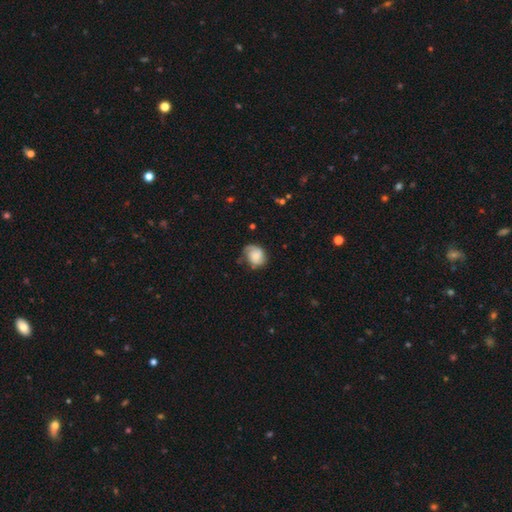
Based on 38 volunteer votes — Smooth or featured: featured or disk — 61% (smooth — 32%)
Edge-on disk: no — 96% (yes — 4%)
Bar: no — 73% (weak — 23%)
Spiral arms: yes — 91% (no — 9%)
Spiral winding: tight — 45% (medium — 40%)
Spiral arm count: 2 — 75% (1 — 10%)
Bulge size: small — 45% (none — 27%)
Merging: none — 60% (minor disturbance — 26%)